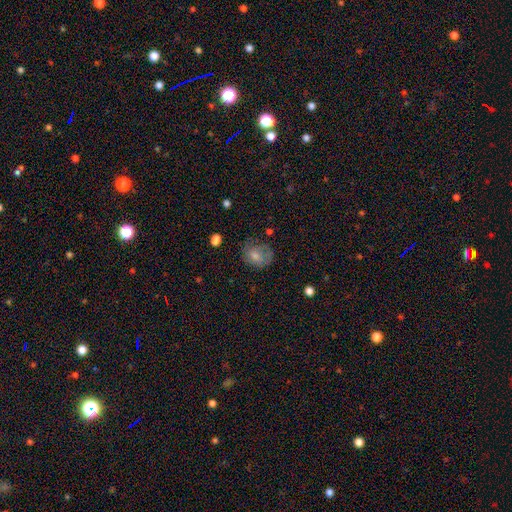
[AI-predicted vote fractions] Smooth or featured? Predicted: smooth (p=0.56). How rounded? Predicted: round (p=0.59). Merging? Predicted: none (p=0.60).